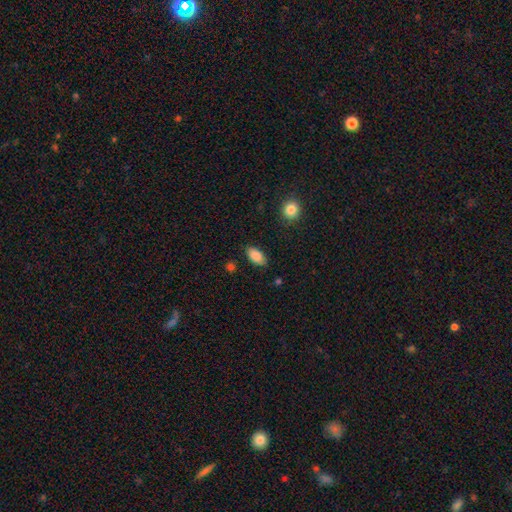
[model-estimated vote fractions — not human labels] Q: Smooth or featured?
A: smooth (88%); runner-up: star or artifact (7%)
Q: How rounded?
A: in between (93%); runner-up: cigar-shaped (4%)
Q: Merging?
A: none (84%); runner-up: minor disturbance (12%)